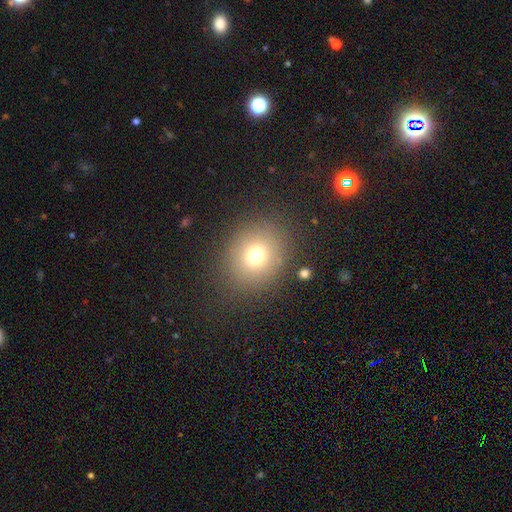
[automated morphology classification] A smooth galaxy with no disk features (72%) that is round (69%). Merging: none (84%).